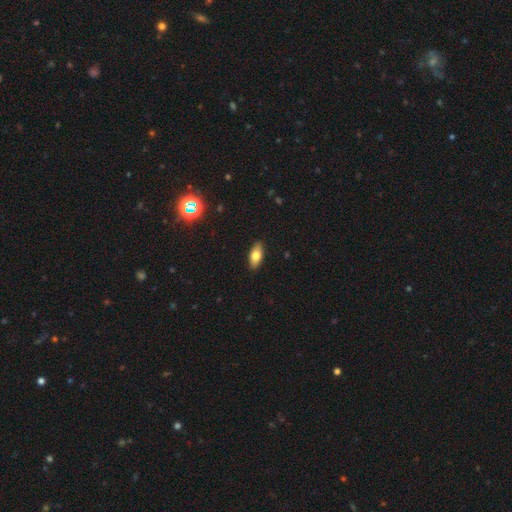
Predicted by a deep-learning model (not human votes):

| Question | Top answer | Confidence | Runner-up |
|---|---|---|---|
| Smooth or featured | smooth | 75% | featured or disk (17%) |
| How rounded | in between | 85% | cigar-shaped (11%) |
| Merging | none | 89% | minor disturbance (8%) |